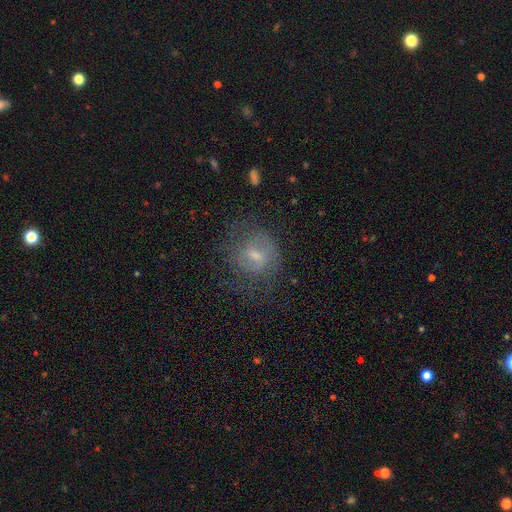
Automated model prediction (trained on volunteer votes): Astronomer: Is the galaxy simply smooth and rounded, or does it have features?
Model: featured or disk — 52% (runner-up: smooth, 37%).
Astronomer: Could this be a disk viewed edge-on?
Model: no — 95%.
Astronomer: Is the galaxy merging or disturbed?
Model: none — 55%.